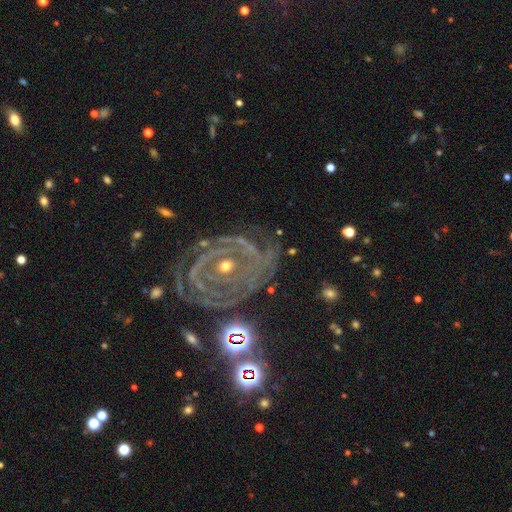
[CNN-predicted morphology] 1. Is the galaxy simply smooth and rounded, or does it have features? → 84% featured or disk, 10% star or artifact, 6% smooth.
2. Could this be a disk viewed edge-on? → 96% no, 4% yes.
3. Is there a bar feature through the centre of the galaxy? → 61% no, 26% weak, 13% strong.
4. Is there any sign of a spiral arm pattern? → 94% yes, 6% no.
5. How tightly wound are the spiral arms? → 73% tight, 22% medium, 5% loose.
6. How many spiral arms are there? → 27% can't tell, 24% 2, 20% 3, 11% 4, 9% more than 4, 8% 1.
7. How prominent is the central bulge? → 63% small, 33% moderate, 2% large, 1% none, 1% dominant.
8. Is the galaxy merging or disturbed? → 72% none, 16% minor disturbance, 9% major disturbance, 3% merger.